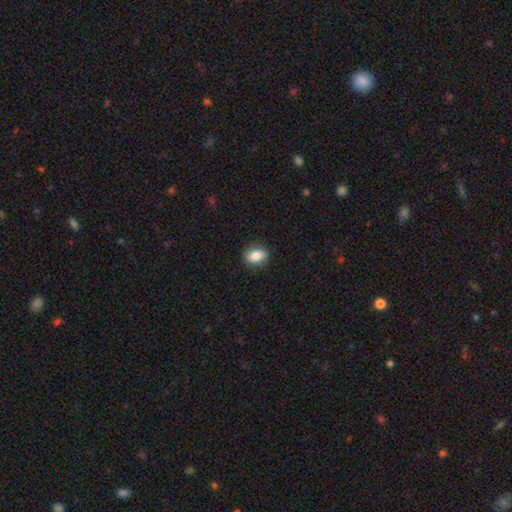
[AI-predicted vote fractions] This appears to be a smooth galaxy with no disk features (81%) that is in between round and cigar-shaped (75%). Merging: none (85%).